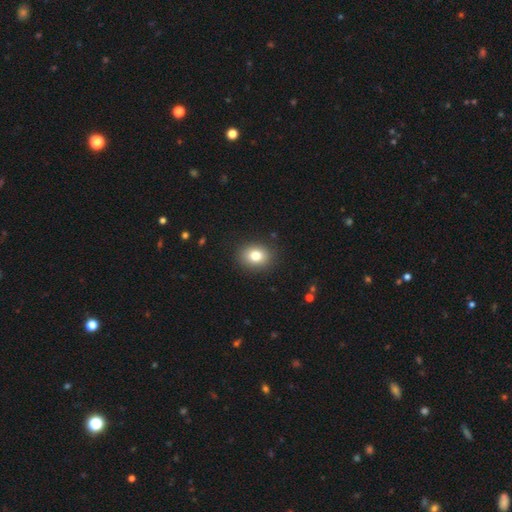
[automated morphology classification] Smooth or featured? smooth (80%)
How rounded? round (54%)
Merging? none (89%)